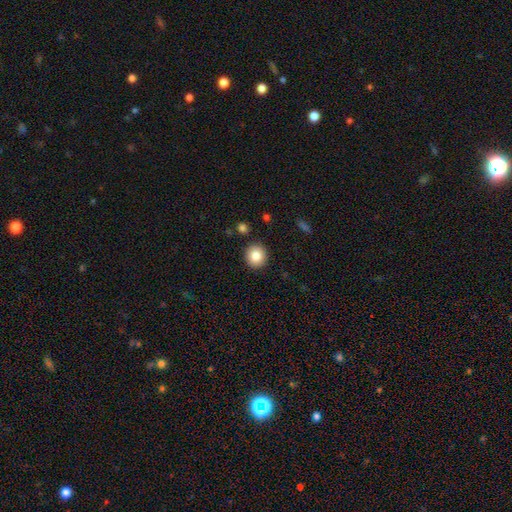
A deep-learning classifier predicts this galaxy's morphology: Smooth or featured? smooth (84%)
How rounded? round (89%)
Merging? none (91%)